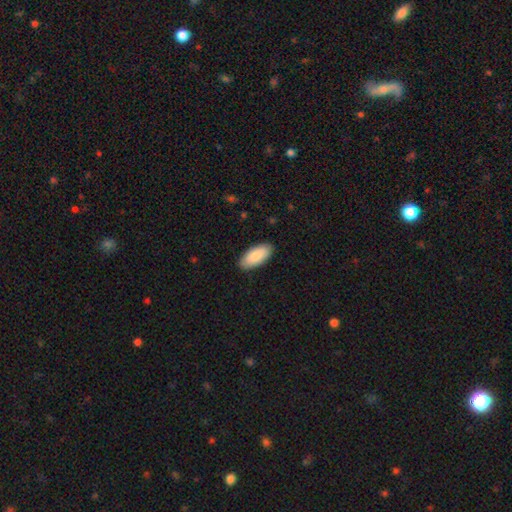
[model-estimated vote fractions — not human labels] Smooth or featured? smooth (89%)
How rounded? in between (90%)
Merging? none (88%)